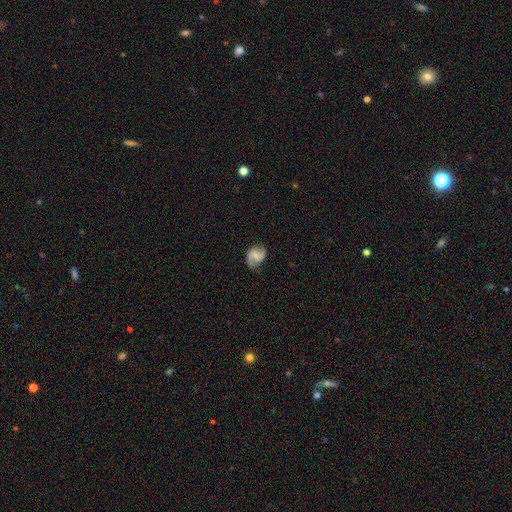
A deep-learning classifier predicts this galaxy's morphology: Smooth or featured: featured or disk — 69% (smooth — 24%)
Edge-on disk: no — 98% (yes — 2%)
Bar: no — 46% (weak — 42%)
Spiral arms: yes — 93% (no — 7%)
Spiral winding: medium — 47% (loose — 31%)
Spiral arm count: 2 — 89% (can't tell — 5%)
Bulge size: small — 50% (moderate — 35%)
Merging: none — 71% (minor disturbance — 21%)